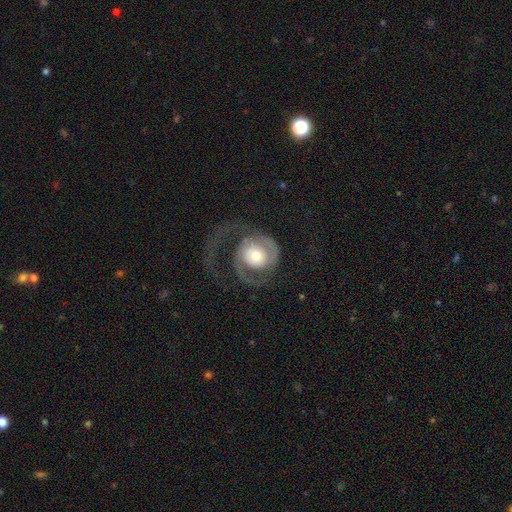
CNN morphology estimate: A featured or disk galaxy (75%) with no bar (77%), 2 (46%) medium (37%) spiral arms (87%) and a moderate central bulge (58%). Merging: major disturbance (44%).